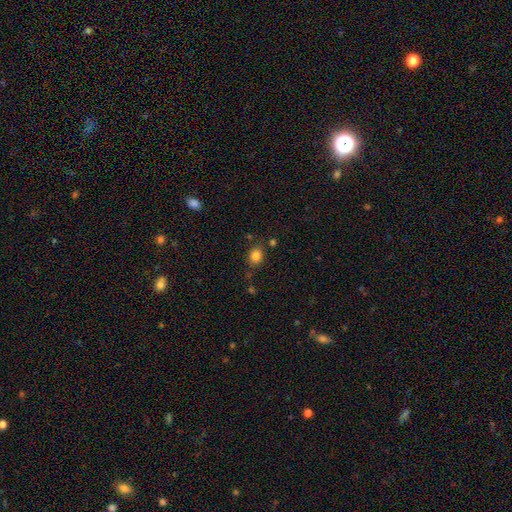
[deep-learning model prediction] This is clearly a smooth galaxy (83%). How rounded: likely round (61%). Merging: likely none (79%).